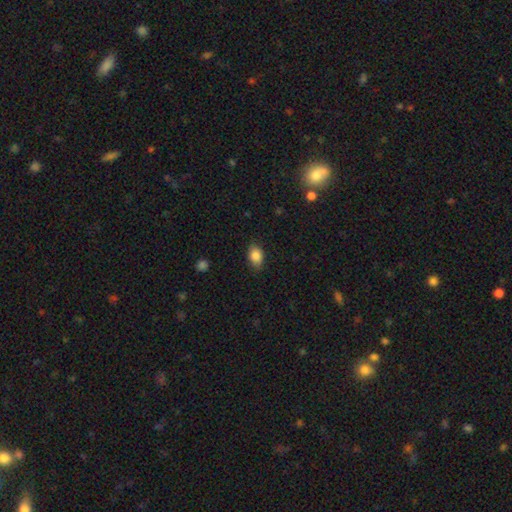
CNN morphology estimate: Smooth or featured? smooth (85%)
How rounded? in between (79%)
Merging? none (80%)